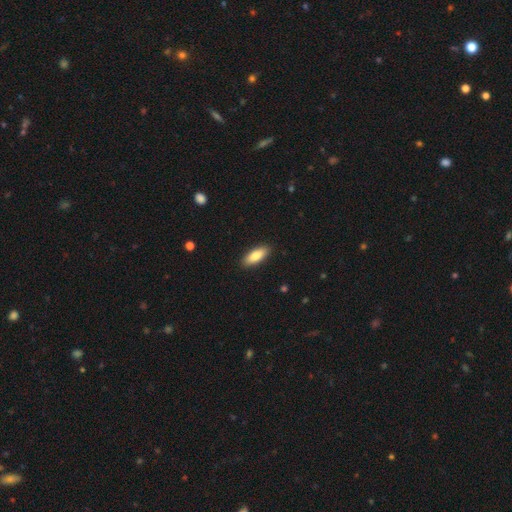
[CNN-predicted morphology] Smooth or featured? Predicted: smooth (p=0.82). How rounded? Predicted: in between (p=0.75). Merging? Predicted: none (p=0.89).